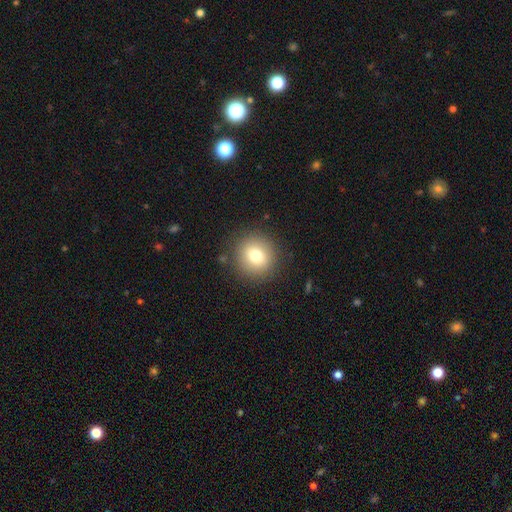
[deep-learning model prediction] Morphology: type=smooth (76%); roundness=round (92%); merging=none (88%).